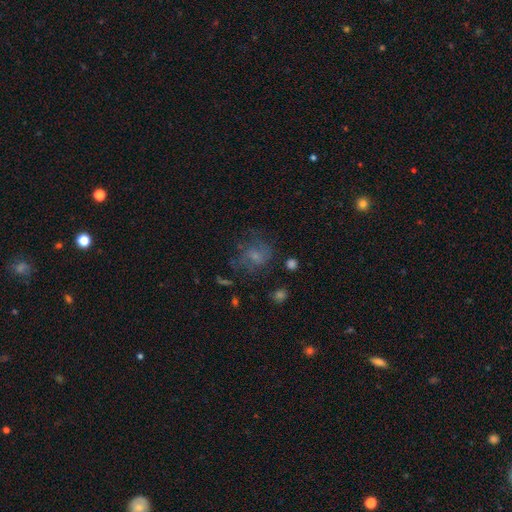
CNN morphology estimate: Smooth or featured? featured or disk (45%)
Merging? none (55%)